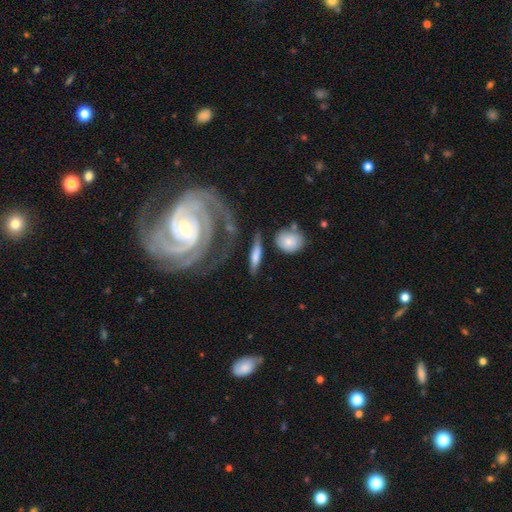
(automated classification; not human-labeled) Smooth or featured?
  - featured or disk: 47% *
  - smooth: 45%
  - star or artifact: 7%
Merging?
  - none: 62% *
  - minor disturbance: 18%
  - merger: 11%
  - major disturbance: 9%